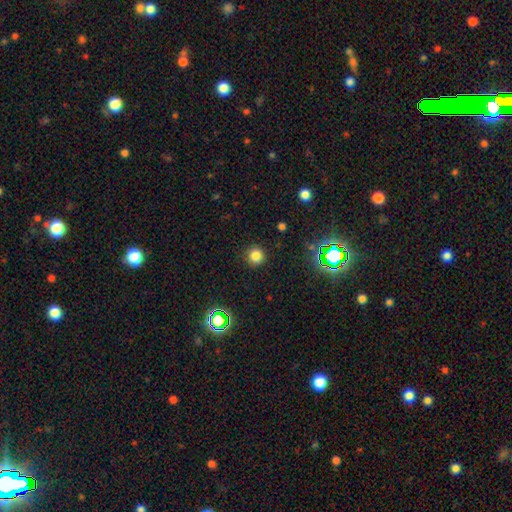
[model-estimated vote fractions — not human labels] smooth 77%, star or artifact 18%, featured or disk 5%. Down the decision tree: how rounded — round (94%); merging — none (90%).